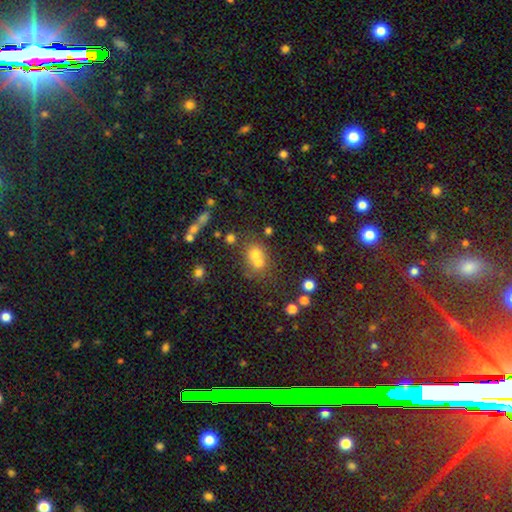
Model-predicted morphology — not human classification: Smooth or featured: smooth — 62% (star or artifact — 20%)
How rounded: round — 76% (in between — 23%)
Merging: merger — 54% (none — 35%)